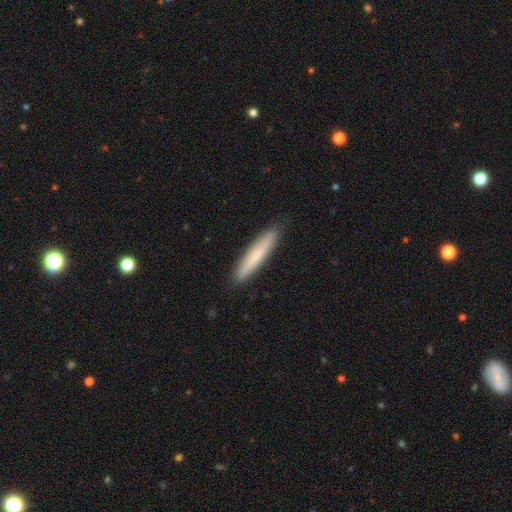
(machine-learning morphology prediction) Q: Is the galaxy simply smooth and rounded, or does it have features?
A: smooth — 74%.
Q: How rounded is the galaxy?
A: cigar-shaped — 93%.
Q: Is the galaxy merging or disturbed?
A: none — 90%.